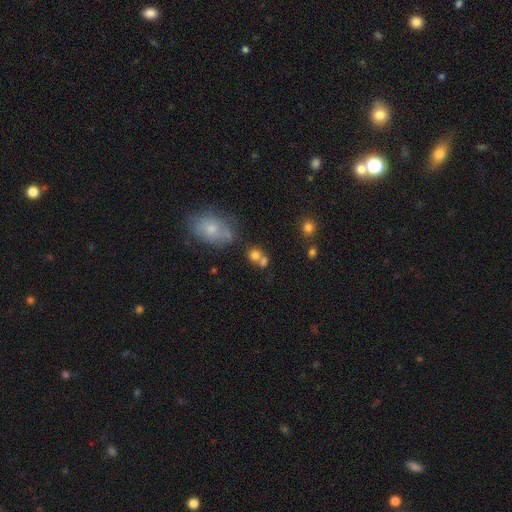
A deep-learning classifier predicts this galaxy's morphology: smooth-or-featured: smooth: 71% | star or artifact: 15% | featured or disk: 14%
  how-rounded: round: 70% | in between: 28% | cigar-shaped: 1%
  merging: merger: 44% | none: 41% | minor disturbance: 10% | major disturbance: 5%